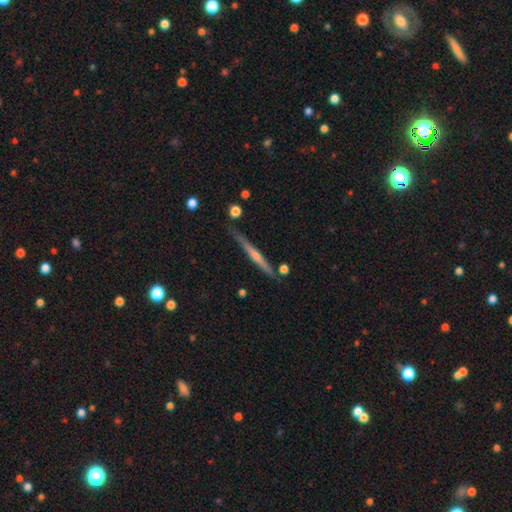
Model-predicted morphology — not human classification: Smooth or featured?
  - featured or disk: 75% *
  - smooth: 16%
  - star or artifact: 9%
Edge-on disk?
  - yes: 97% *
  - no: 3%
Edge-on bulge?
  - rounded: 77% *
  - none: 15%
  - boxy: 8%
Merging?
  - none: 83% *
  - minor disturbance: 11%
  - merger: 4%
  - major disturbance: 3%